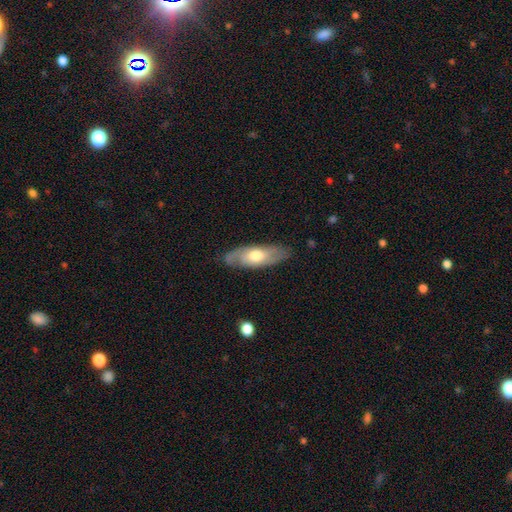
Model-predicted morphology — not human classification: Smooth or featured? Predicted: featured or disk (p=0.48). Merging? Predicted: none (p=0.80).